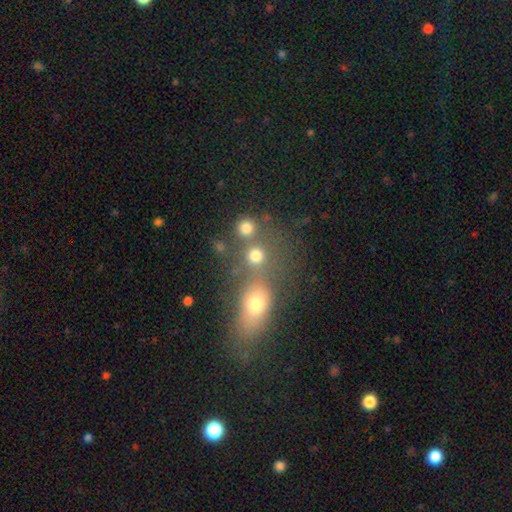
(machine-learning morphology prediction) smooth-or-featured: smooth: 77% | star or artifact: 15% | featured or disk: 8%
  how-rounded: round: 84% | in between: 15% | cigar-shaped: 1%
  merging: none: 56% | merger: 33% | minor disturbance: 7% | major disturbance: 5%